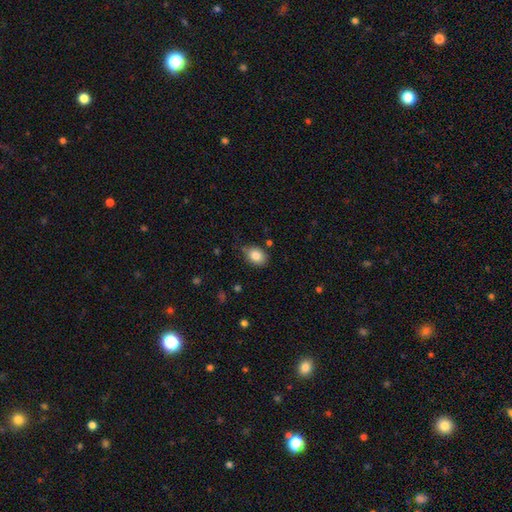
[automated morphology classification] Smooth or featured? Predicted: smooth (p=0.84). How rounded? Predicted: in between (p=0.70). Merging? Predicted: none (p=0.75).